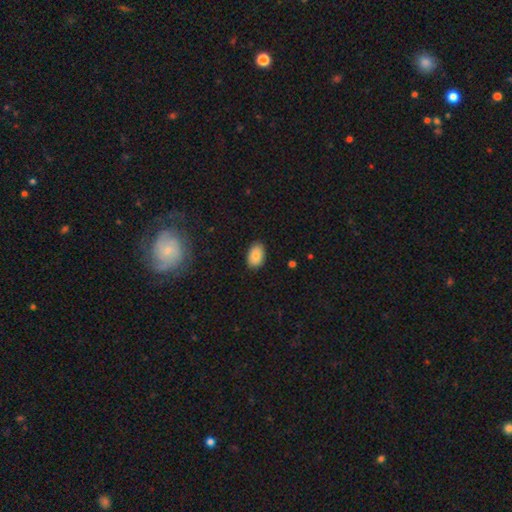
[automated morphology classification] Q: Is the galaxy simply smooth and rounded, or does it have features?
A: smooth — 84%.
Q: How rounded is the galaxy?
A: in between — 89%.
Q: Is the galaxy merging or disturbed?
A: none — 86%.